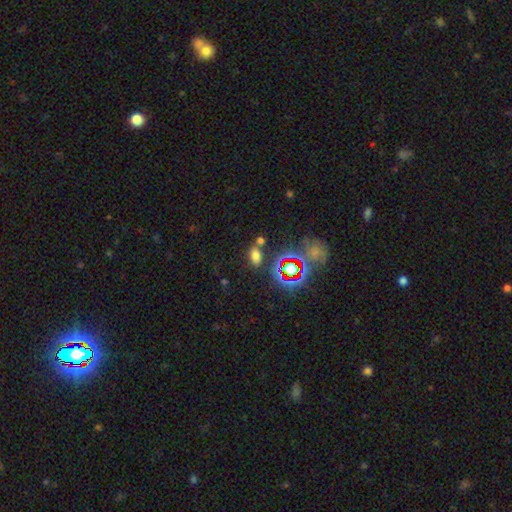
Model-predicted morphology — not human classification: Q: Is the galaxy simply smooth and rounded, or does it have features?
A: smooth — 65%.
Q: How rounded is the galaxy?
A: in between — 85%.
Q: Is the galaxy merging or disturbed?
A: none — 72%.